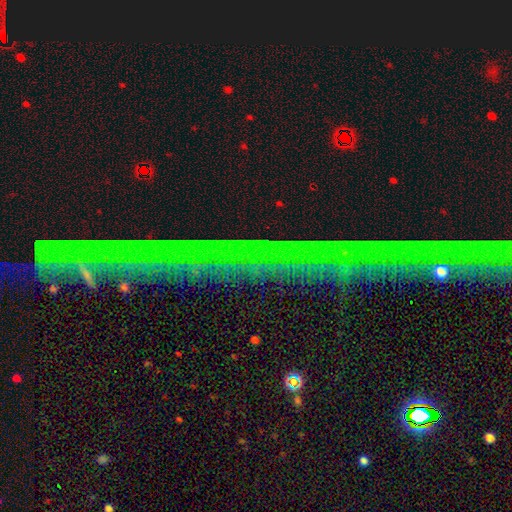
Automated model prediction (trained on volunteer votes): Q: Smooth or featured?
A: star or artifact (80%); runner-up: featured or disk (12%)